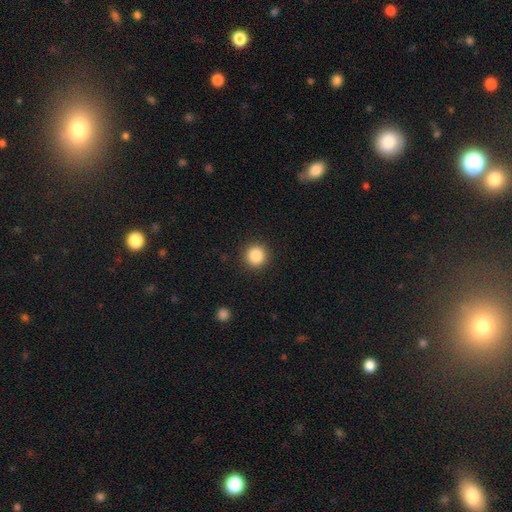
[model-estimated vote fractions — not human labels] The model was most divided on "smooth or featured": smooth: 86%, star or artifact: 10%, featured or disk: 4%. More confident: how rounded — round (95%); merging — none (92%).